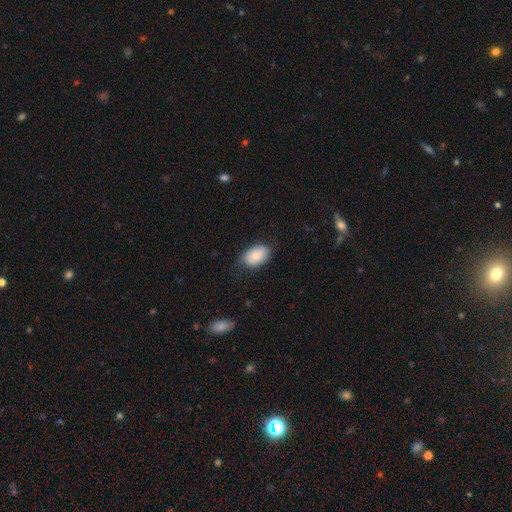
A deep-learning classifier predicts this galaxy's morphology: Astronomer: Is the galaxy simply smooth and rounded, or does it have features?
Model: smooth — 80%.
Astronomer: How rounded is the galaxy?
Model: in between — 88%.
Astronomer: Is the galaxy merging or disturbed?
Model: none — 67%.